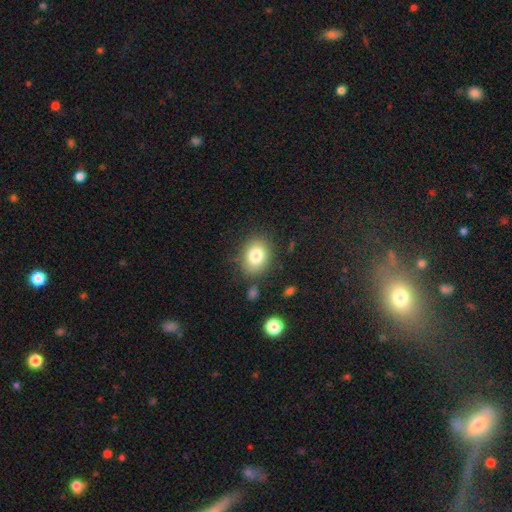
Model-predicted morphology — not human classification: smooth 80%, star or artifact 10%, featured or disk 10%. Down the decision tree: how rounded — in between (52%); merging — none (80%).